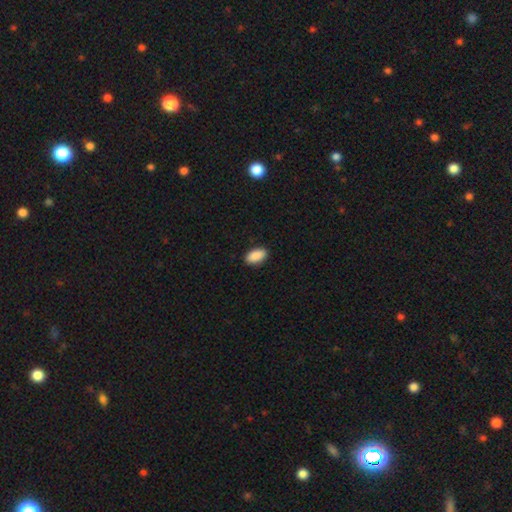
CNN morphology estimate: The model was most divided on "merging": none: 89%, minor disturbance: 8%, major disturbance: 2%, merger: 1%. More confident: how rounded — in between (93%); smooth or featured — smooth (90%).